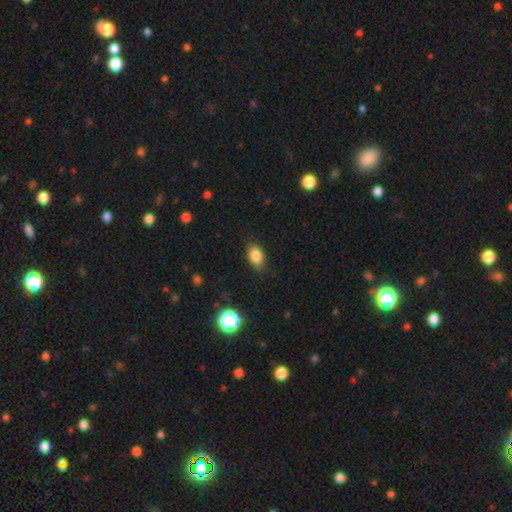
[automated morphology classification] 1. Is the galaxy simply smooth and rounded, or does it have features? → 84% smooth, 9% star or artifact, 7% featured or disk.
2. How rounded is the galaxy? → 84% in between, 13% round, 2% cigar-shaped.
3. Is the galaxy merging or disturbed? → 82% none, 14% minor disturbance, 3% major disturbance, 1% merger.